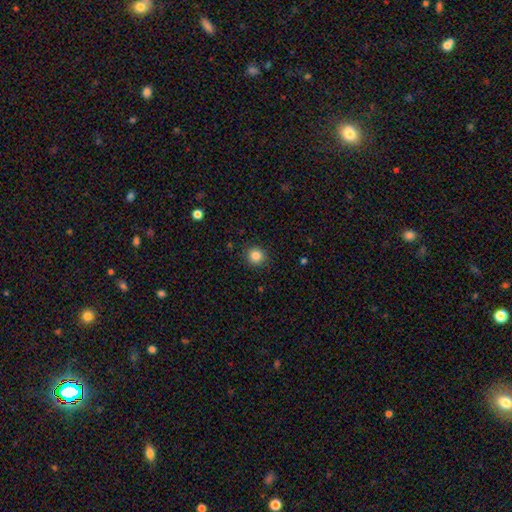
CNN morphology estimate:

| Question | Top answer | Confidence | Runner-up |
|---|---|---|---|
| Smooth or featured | smooth | 85% | star or artifact (11%) |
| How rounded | round | 92% | in between (7%) |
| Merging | none | 89% | minor disturbance (7%) |